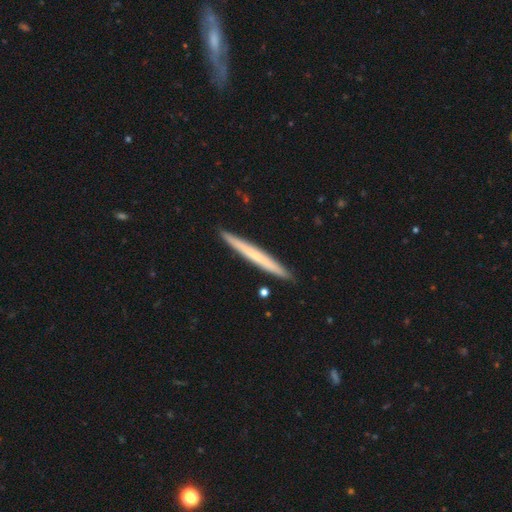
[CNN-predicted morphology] type=smooth (52%); roundness=cigar-shaped (97%); merging=none (92%).